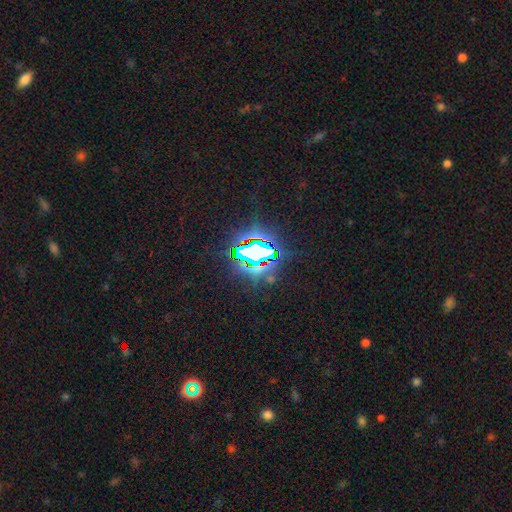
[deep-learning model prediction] Morphology: type=star or artifact (77%).